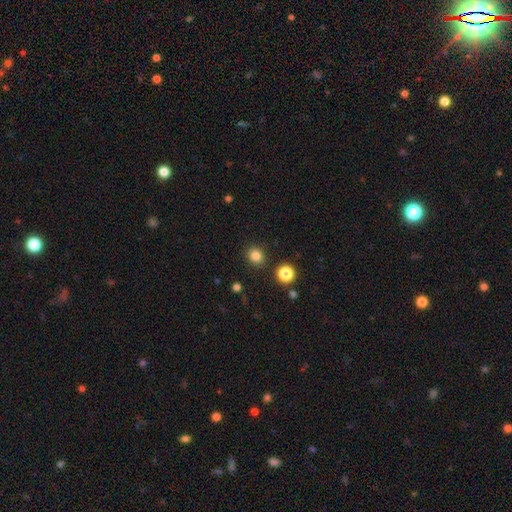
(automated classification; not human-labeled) Morphology: type=smooth (83%); roundness=round (82%); merging=none (89%).